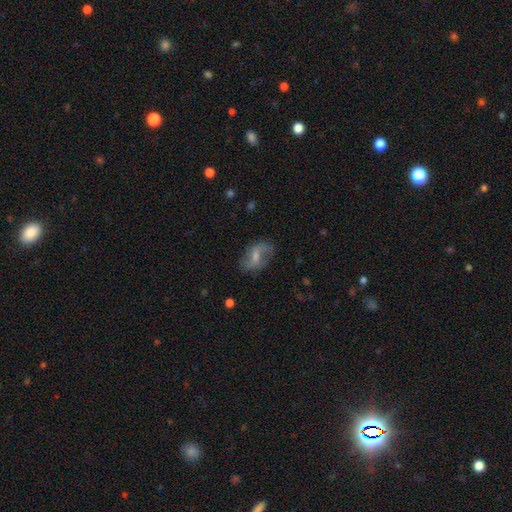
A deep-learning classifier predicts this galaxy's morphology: Q: Smooth or featured?
A: featured or disk (68%); runner-up: smooth (22%)
Q: Edge-on disk?
A: no (96%); runner-up: yes (4%)
Q: Bar?
A: weak (51%); runner-up: no (28%)
Q: Spiral arms?
A: yes (87%); runner-up: no (13%)
Q: Spiral winding?
A: loose (61%); runner-up: medium (29%)
Q: Spiral arm count?
A: 2 (85%); runner-up: can't tell (7%)
Q: Bulge size?
A: small (44%); runner-up: moderate (41%)
Q: Merging?
A: none (75%); runner-up: minor disturbance (16%)